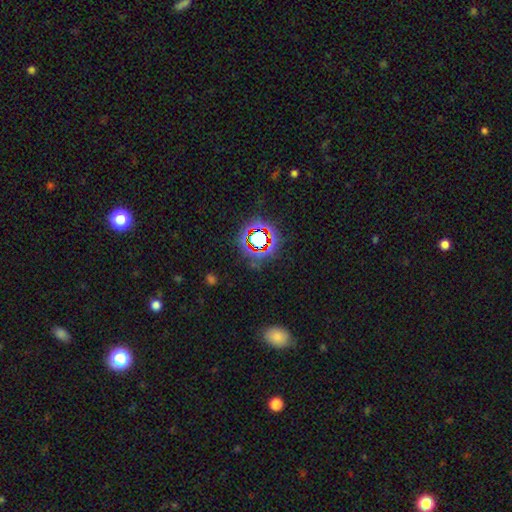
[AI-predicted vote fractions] Smooth or featured? star or artifact (67%)